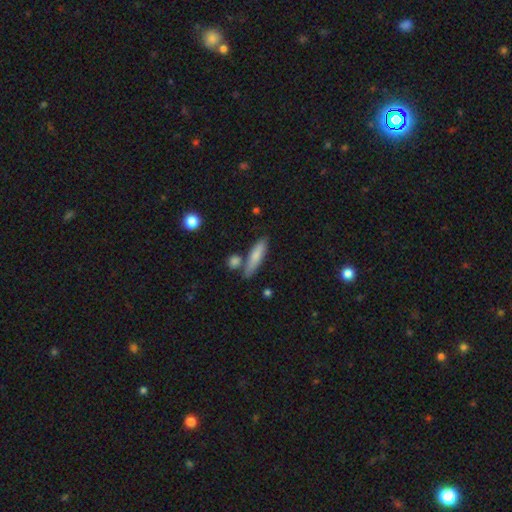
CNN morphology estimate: A smooth galaxy with no disk features (75%) that is cigar-shaped (72%).

Vote fractions:
- Smooth or featured? smooth: 75% / featured or disk: 19% / star or artifact: 6%
- How rounded? cigar-shaped: 72% / in between: 25% / round: 3%
- Merging? none: 70% / minor disturbance: 14% / merger: 12% / major disturbance: 3%